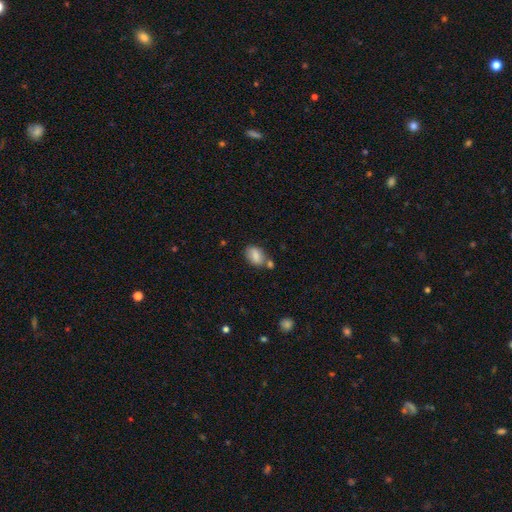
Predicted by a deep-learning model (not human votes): A smooth galaxy with no disk features (78%) that is in between round and cigar-shaped (79%).

Vote fractions:
- Smooth or featured? smooth: 78% / featured or disk: 13% / star or artifact: 9%
- How rounded? in between: 79% / round: 19% / cigar-shaped: 2%
- Merging? none: 56% / merger: 21% / minor disturbance: 17% / major disturbance: 5%